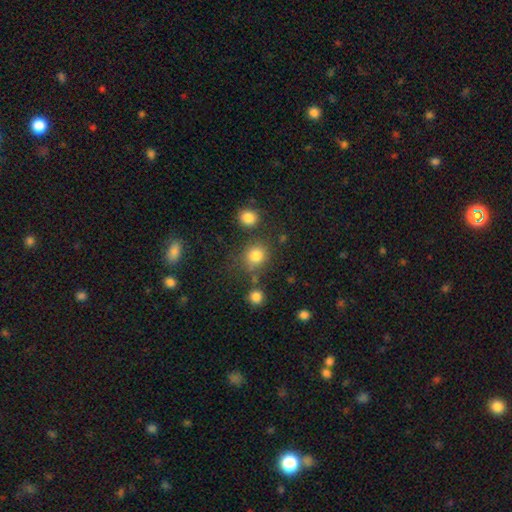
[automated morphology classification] smooth-or-featured: smooth: 80% | star or artifact: 13% | featured or disk: 6%
  how-rounded: round: 84% | in between: 15% | cigar-shaped: 1%
  merging: none: 70% | minor disturbance: 12% | merger: 12% | major disturbance: 5%